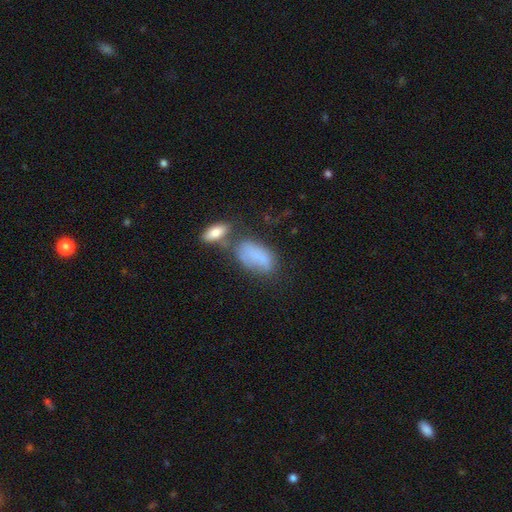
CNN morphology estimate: Smooth or featured: smooth — 72% (featured or disk — 19%)
How rounded: in between — 90% (cigar-shaped — 5%)
Merging: merger — 35% (none — 31%)